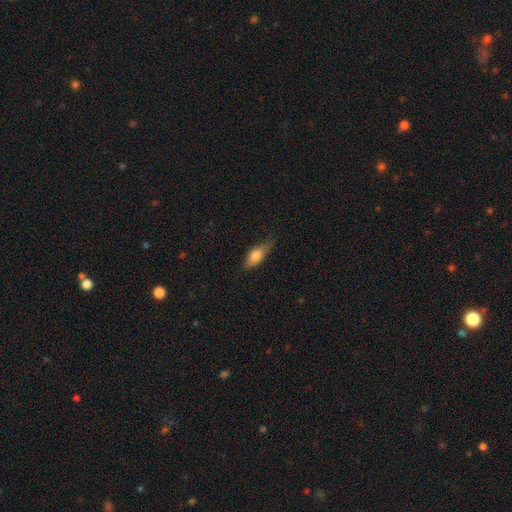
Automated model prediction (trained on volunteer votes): This is likely a smooth galaxy (73%). How rounded: likely in between (71%). Merging: likely none (64%).